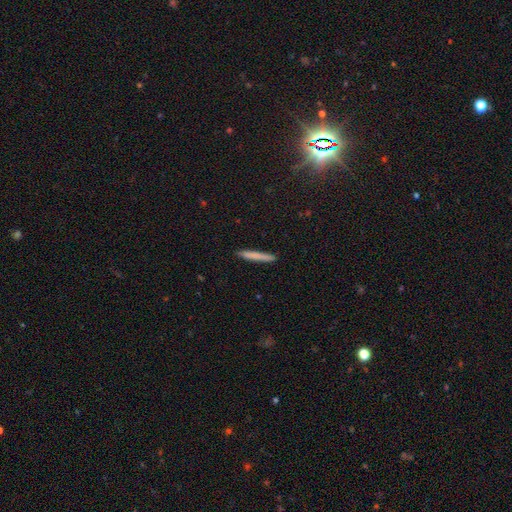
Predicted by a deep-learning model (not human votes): A smooth galaxy with no disk features (75%) that is cigar-shaped (96%). Merging: none (91%).